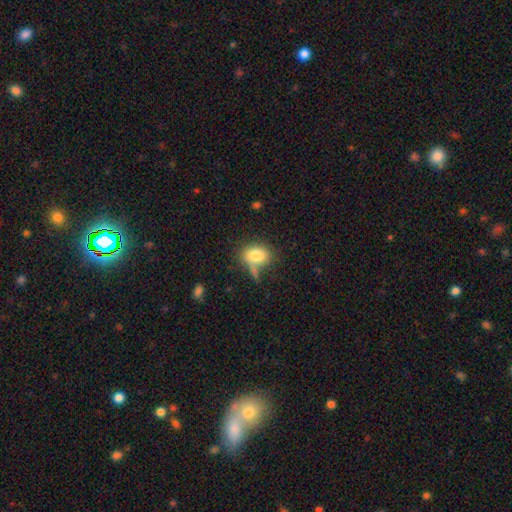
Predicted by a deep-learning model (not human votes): Q: Smooth or featured?
A: smooth (80%); runner-up: featured or disk (11%)
Q: How rounded?
A: in between (72%); runner-up: round (27%)
Q: Merging?
A: none (52%); runner-up: minor disturbance (22%)